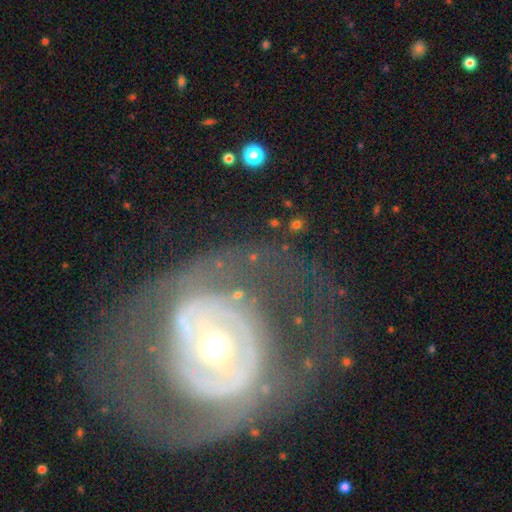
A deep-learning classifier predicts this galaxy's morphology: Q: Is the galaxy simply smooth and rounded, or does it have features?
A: featured or disk — 76%.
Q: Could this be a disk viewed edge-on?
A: no — 95%.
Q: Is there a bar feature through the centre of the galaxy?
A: no — 65%.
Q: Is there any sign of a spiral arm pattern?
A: yes — 65%.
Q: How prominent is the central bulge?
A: moderate — 50%.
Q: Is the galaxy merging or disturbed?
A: none — 54%.